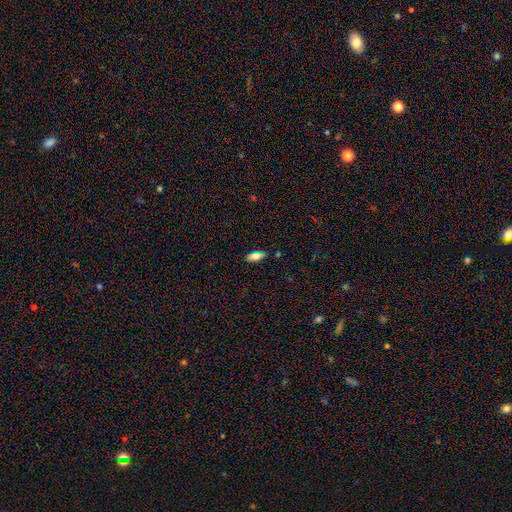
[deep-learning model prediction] The model was most divided on "smooth or featured": smooth: 70%, featured or disk: 19%, star or artifact: 10%. More confident: merging — none (81%); how rounded — in between (80%).